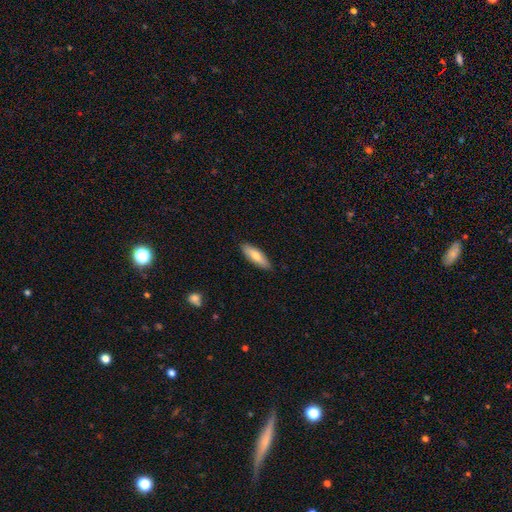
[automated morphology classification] Smooth or featured: smooth — 74% (featured or disk — 20%)
How rounded: in between — 51% (cigar-shaped — 47%)
Merging: none — 87% (minor disturbance — 10%)